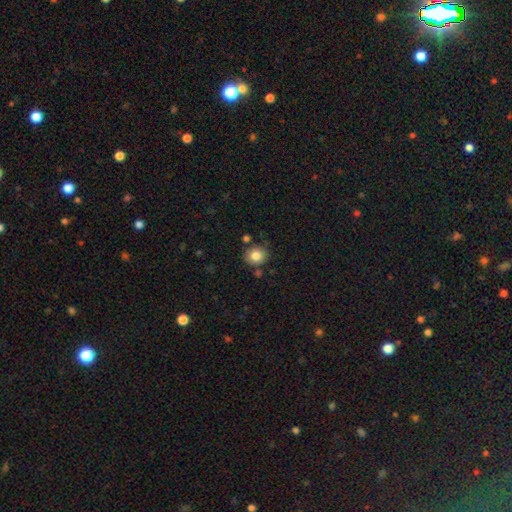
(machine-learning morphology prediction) This is clearly a smooth galaxy (83%). How rounded: likely round (80%). Merging: likely none (79%).